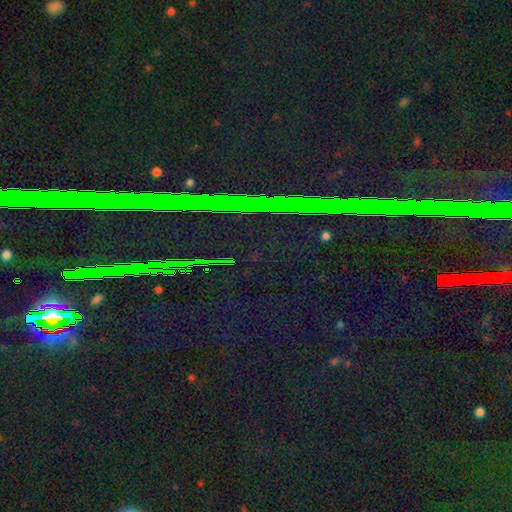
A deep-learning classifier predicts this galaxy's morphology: Q: Smooth or featured?
A: star or artifact (86%); runner-up: smooth (7%)